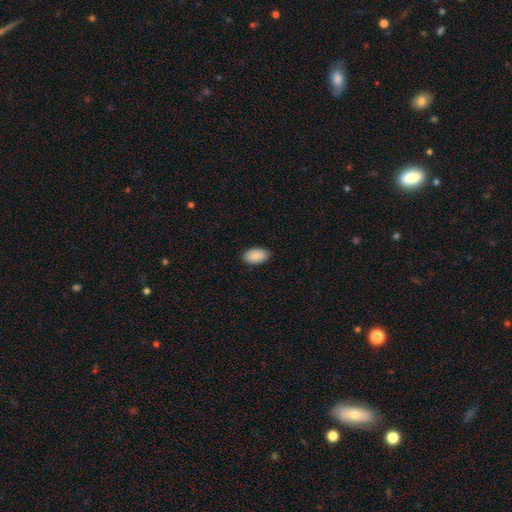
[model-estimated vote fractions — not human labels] Q: Smooth or featured?
A: smooth (90%); runner-up: star or artifact (6%)
Q: How rounded?
A: in between (95%); runner-up: round (4%)
Q: Merging?
A: none (87%); runner-up: minor disturbance (10%)